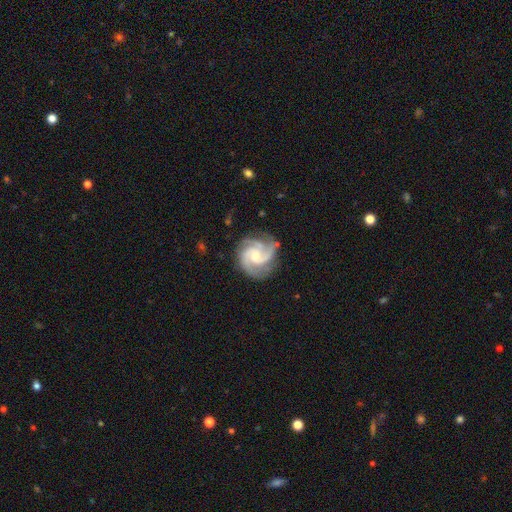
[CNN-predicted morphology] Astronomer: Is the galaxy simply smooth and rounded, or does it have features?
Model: featured or disk — 91%.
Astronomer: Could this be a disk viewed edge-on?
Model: no — 98%.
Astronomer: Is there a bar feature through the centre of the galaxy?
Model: no — 63%.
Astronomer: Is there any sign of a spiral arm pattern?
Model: yes — 99%.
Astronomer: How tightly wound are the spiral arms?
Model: medium — 47%, tied with tight at 47%.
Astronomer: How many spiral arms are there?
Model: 3 — 66%.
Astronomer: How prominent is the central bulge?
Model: small — 49% (runner-up: moderate, 44%).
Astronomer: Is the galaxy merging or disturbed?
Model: none — 77%.